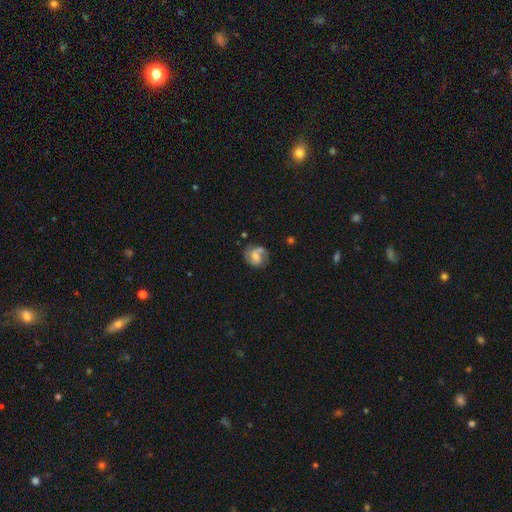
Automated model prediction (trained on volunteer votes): Smooth or featured? Predicted: featured or disk (p=0.62). Edge-on disk? Predicted: no (p=0.98). Bar? Predicted: no (p=0.49). Spiral arms? Predicted: yes (p=0.85). Spiral winding? Predicted: medium (p=0.46). Spiral arm count? Predicted: 2 (p=0.63). Bulge size? Predicted: moderate (p=0.37). Merging? Predicted: none (p=0.53).